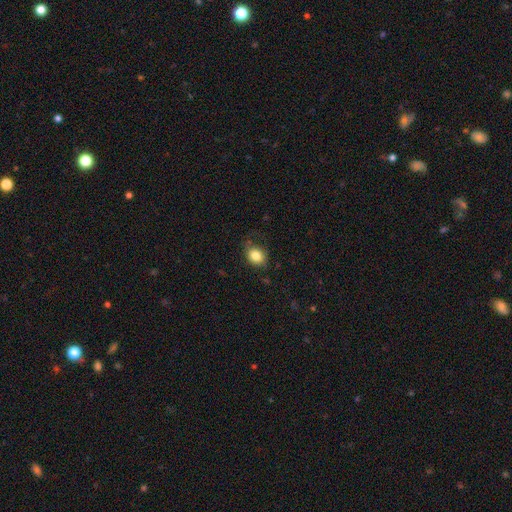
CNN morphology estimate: type=smooth (83%); roundness=round (51%); merging=none (69%).